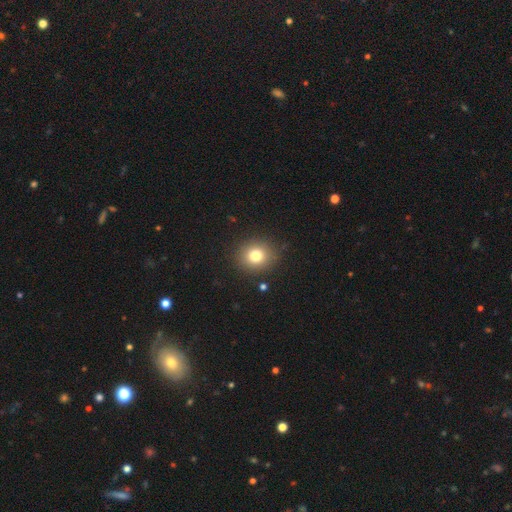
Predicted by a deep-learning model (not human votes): Overall: smooth (79%). How rounded: round (81%). Merging: none (89%).